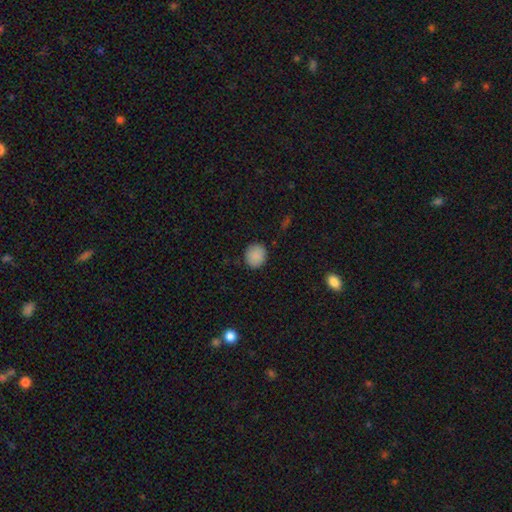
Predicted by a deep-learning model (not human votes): smooth 88%, star or artifact 8%, featured or disk 3%. Down the decision tree: how rounded — round (86%); merging — none (89%).